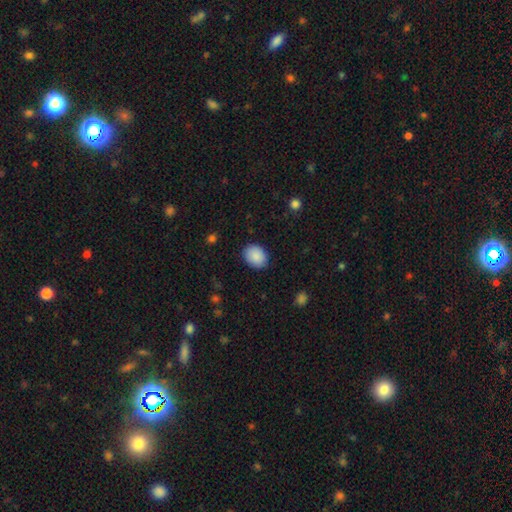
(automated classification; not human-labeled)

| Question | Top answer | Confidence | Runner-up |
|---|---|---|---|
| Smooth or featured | smooth | 89% | star or artifact (7%) |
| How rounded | in between | 61% | round (38%) |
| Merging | none | 86% | minor disturbance (10%) |